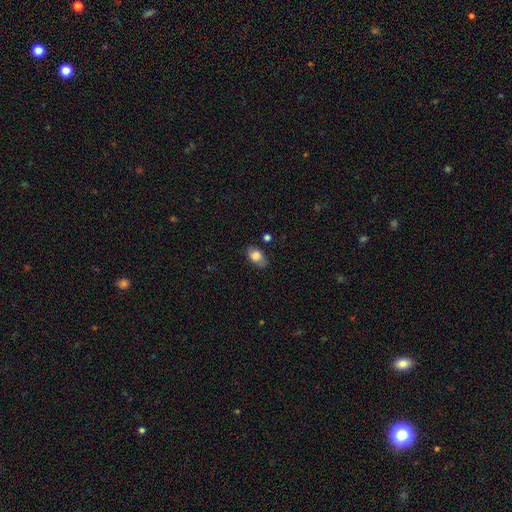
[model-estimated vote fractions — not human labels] Overall: smooth (79%). How rounded: in between (88%). Merging: none (77%).